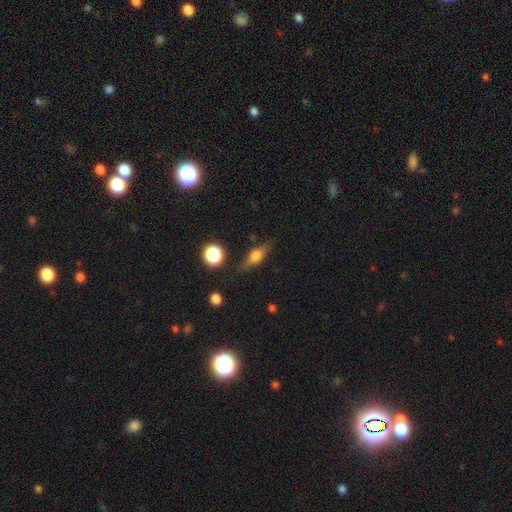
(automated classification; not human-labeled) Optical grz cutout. It shows a featured or disk galaxy (47%). Merging: none (79%).